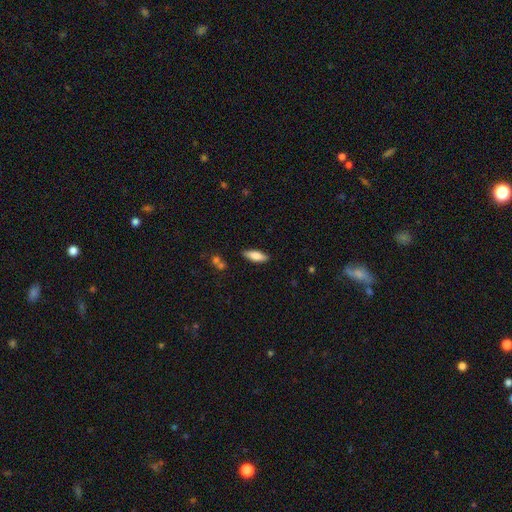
A smooth galaxy with no disk features (70%) that is in between round and cigar-shaped (92%).

Vote fractions:
- Smooth or featured? smooth: 70% / featured or disk: 24% / star or artifact: 5%
- How rounded? in between: 92% / cigar-shaped: 8% / round: 0%
- Merging? none: 86% / minor disturbance: 11% / merger: 3% / major disturbance: 0%